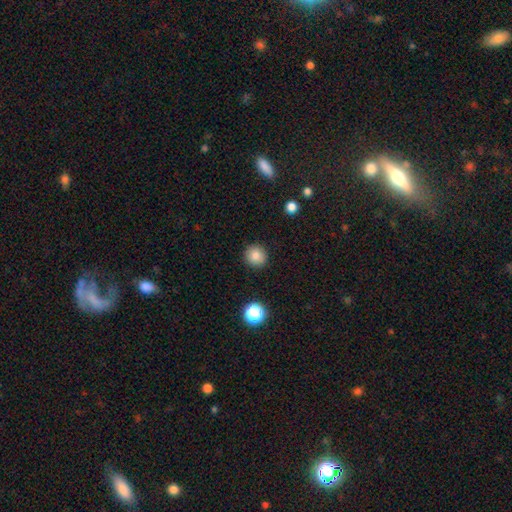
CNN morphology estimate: Smooth or featured: smooth — 84% (star or artifact — 11%)
How rounded: round — 93% (in between — 6%)
Merging: none — 91% (minor disturbance — 6%)